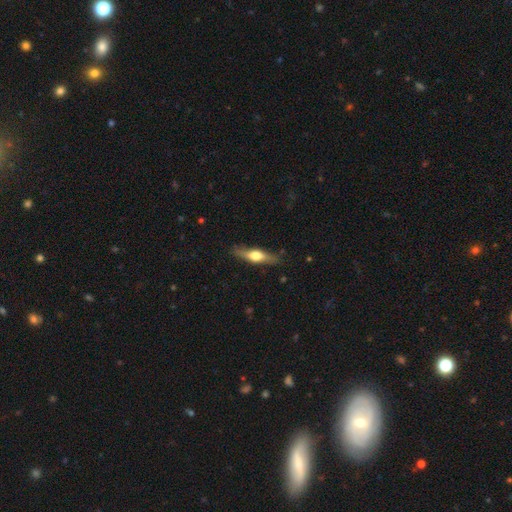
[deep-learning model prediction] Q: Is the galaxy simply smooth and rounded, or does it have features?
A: featured or disk — 56%.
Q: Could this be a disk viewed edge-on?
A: yes — 91%.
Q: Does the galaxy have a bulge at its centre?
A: rounded — 92%.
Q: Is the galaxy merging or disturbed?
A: none — 83%.